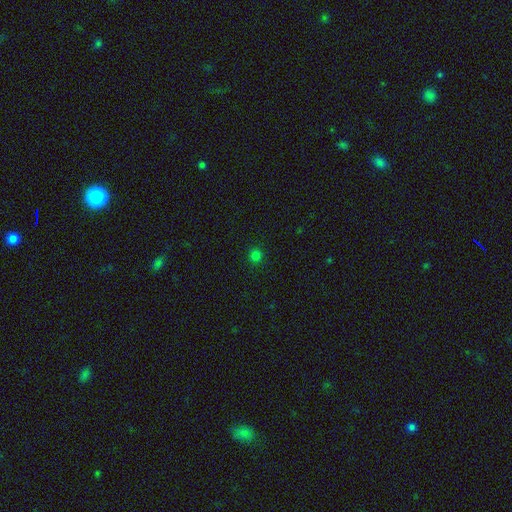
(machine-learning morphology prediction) Q: Smooth or featured?
A: smooth (78%); runner-up: star or artifact (19%)
Q: How rounded?
A: round (93%); runner-up: in between (6%)
Q: Merging?
A: none (92%); runner-up: minor disturbance (5%)